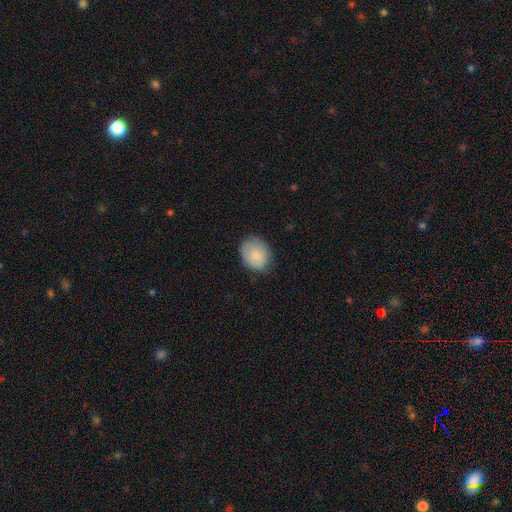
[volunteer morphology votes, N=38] Volunteers were most divided on "how rounded": round: 58%, in between: 42%, cigar-shaped: 0%. More confident: merging — none (89%); smooth or featured — smooth (87%).